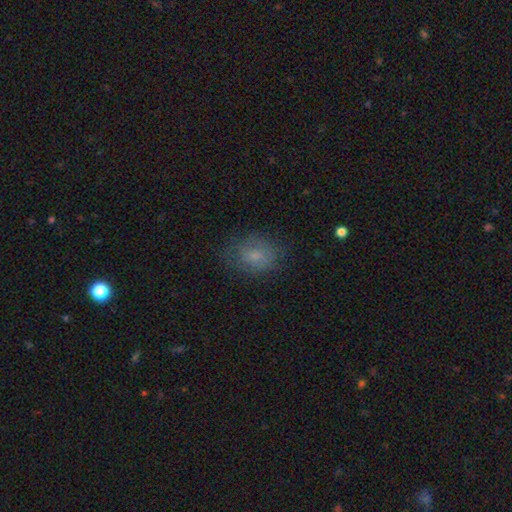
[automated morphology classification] A smooth galaxy with no disk features (73%) that is in between round and cigar-shaped (55%). Merging: none (70%).